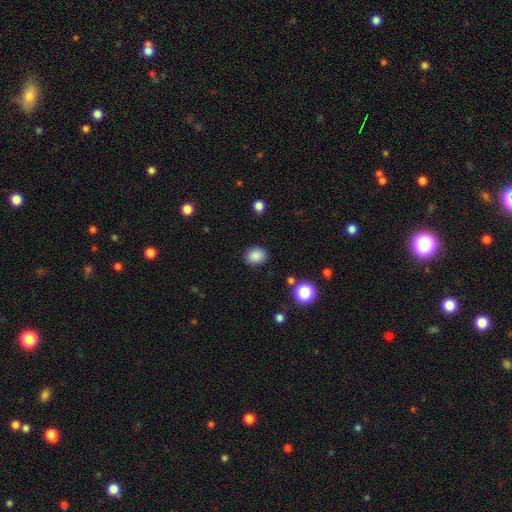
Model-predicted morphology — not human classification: A smooth galaxy with no disk features (86%) that is round (60%). Merging: none (87%).